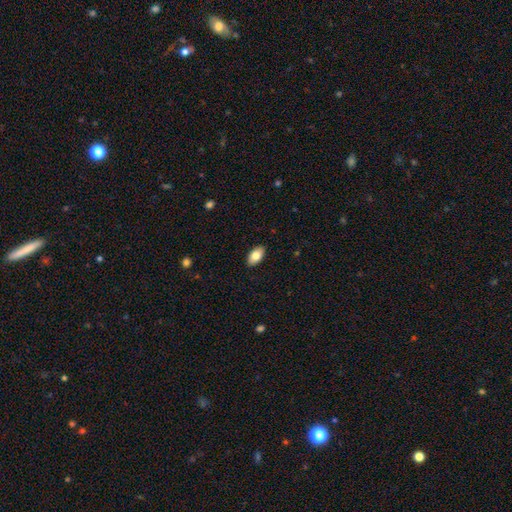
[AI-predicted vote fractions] smooth_or_featured: smooth (p=0.80) [alt: featured or disk p=0.13]
how_rounded: in between (p=0.93) [alt: cigar-shaped p=0.03]
merging: none (p=0.89) [alt: minor disturbance p=0.08]